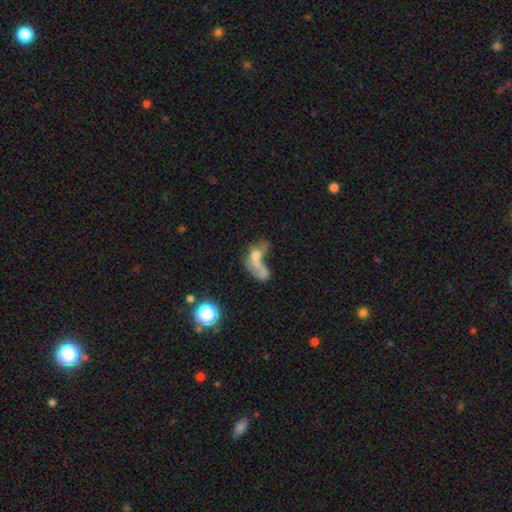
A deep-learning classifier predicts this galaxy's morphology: Smooth or featured? Predicted: smooth (p=0.44). Merging? Predicted: merger (p=0.47).